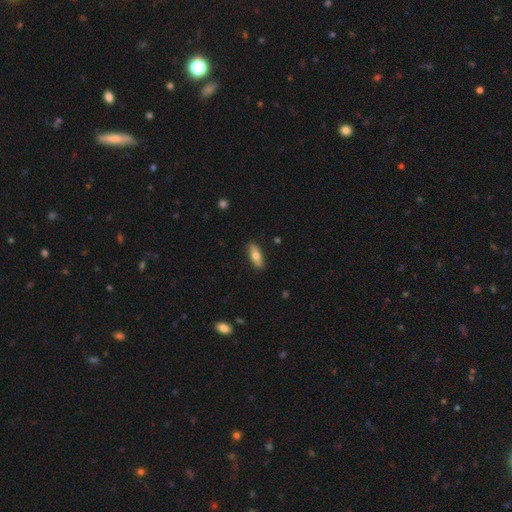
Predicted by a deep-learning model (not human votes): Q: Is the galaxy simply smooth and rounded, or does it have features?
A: smooth — 68%.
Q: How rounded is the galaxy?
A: in between — 62%.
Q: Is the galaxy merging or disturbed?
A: none — 88%.